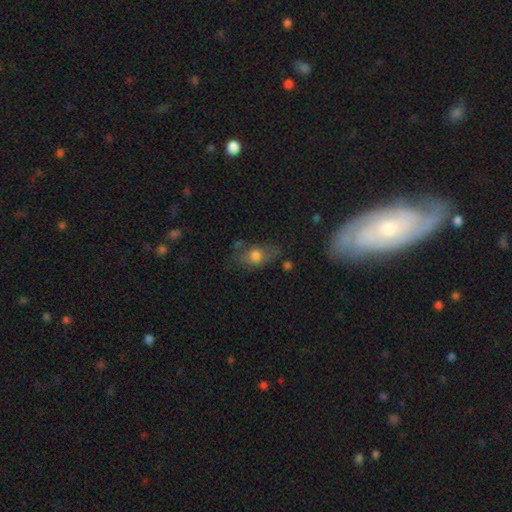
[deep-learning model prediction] A smooth galaxy with no disk features (68%) that is in between round and cigar-shaped (73%). Merging: none (60%).